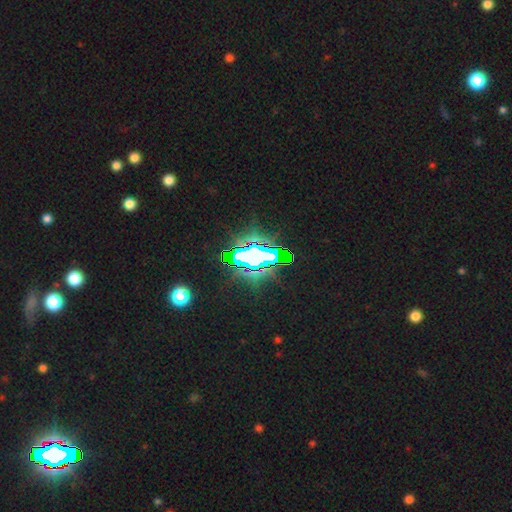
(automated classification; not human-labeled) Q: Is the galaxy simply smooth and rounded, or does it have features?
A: star or artifact — 66%.